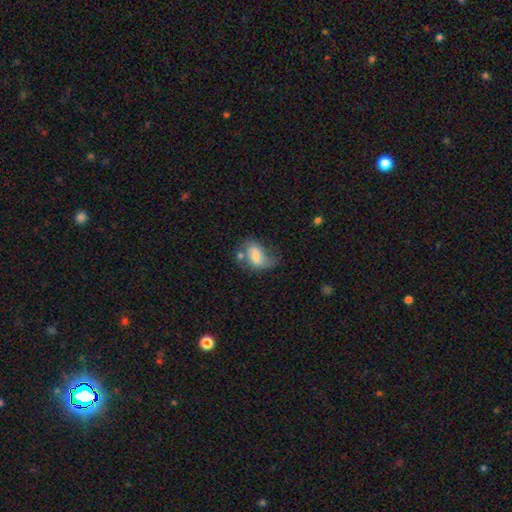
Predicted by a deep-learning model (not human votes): Smooth or featured? Predicted: smooth (p=0.46, tied with featured or disk). Merging? Predicted: none (p=0.41).